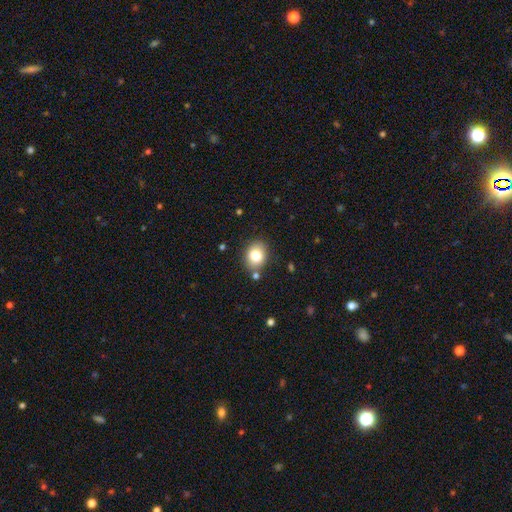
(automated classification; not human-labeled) A smooth galaxy with no disk features (80%) that is in between round and cigar-shaped (52%).

Vote fractions:
- Smooth or featured? smooth: 80% / featured or disk: 11% / star or artifact: 10%
- How rounded? in between: 52% / round: 47% / cigar-shaped: 1%
- Merging? none: 81% / minor disturbance: 11% / merger: 5% / major disturbance: 3%